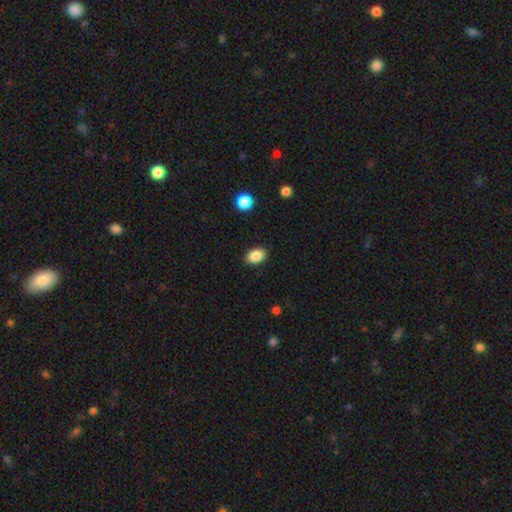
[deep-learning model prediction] Q: Smooth or featured?
A: smooth (86%); runner-up: star or artifact (8%)
Q: How rounded?
A: in between (87%); runner-up: round (12%)
Q: Merging?
A: none (89%); runner-up: minor disturbance (8%)